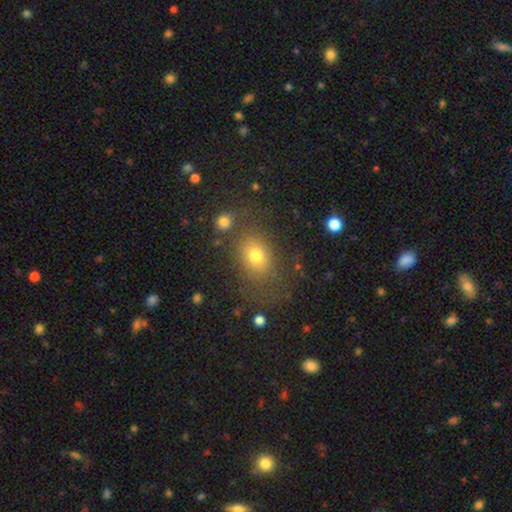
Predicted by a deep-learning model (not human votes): Smooth or featured?
  - smooth: 72% *
  - star or artifact: 16%
  - featured or disk: 12%
How rounded?
  - in between: 62% *
  - round: 36%
  - cigar-shaped: 2%
Merging?
  - none: 71% *
  - minor disturbance: 16%
  - major disturbance: 8%
  - merger: 6%